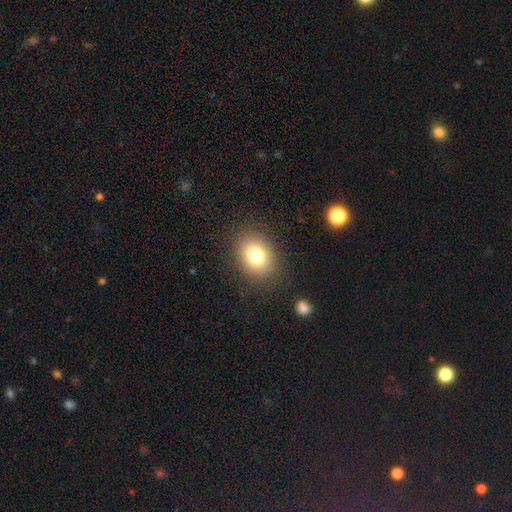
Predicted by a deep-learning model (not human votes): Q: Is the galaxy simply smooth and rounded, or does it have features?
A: smooth — 79%.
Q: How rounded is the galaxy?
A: in between — 57%.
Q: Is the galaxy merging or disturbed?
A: none — 85%.